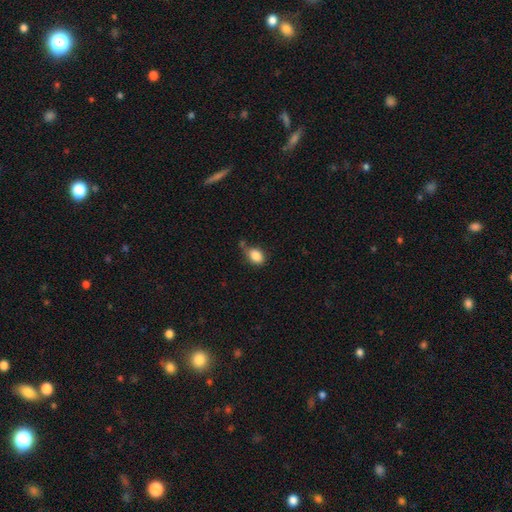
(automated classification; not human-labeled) Smooth or featured?
  - smooth: 86% *
  - star or artifact: 9%
  - featured or disk: 6%
How rounded?
  - in between: 72% *
  - round: 26%
  - cigar-shaped: 2%
Merging?
  - none: 51% *
  - minor disturbance: 30%
  - merger: 10%
  - major disturbance: 9%